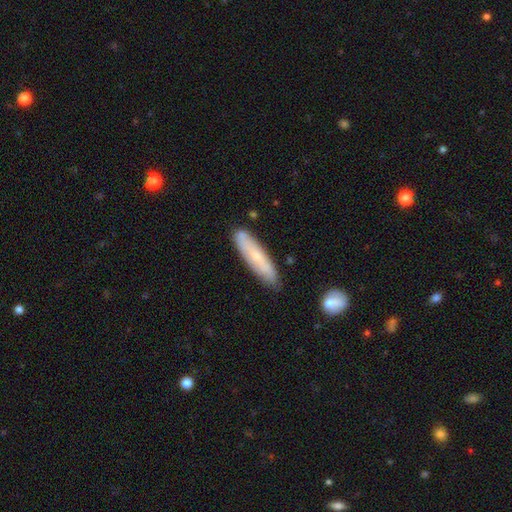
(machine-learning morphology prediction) A smooth galaxy with no disk features (60%) that is cigar-shaped (80%). Merging: none (81%).